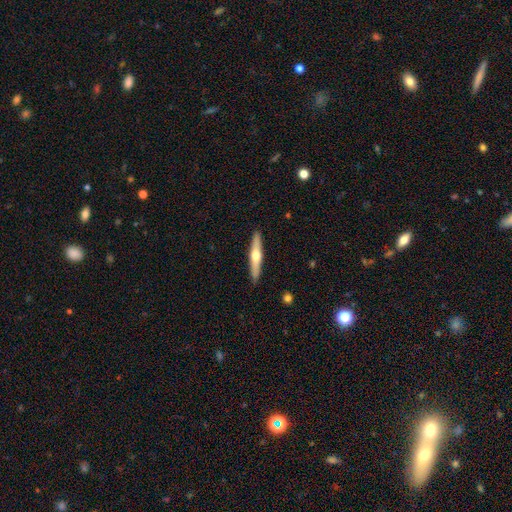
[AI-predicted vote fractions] smooth-or-featured: featured or disk: 55% | smooth: 40% | star or artifact: 5%
  disk-edge-on: yes: 95% | no: 5%
    edge-on-bulge: rounded: 91% | none: 6% | boxy: 3%
  merging: none: 91% | minor disturbance: 7% | major disturbance: 1% | merger: 1%